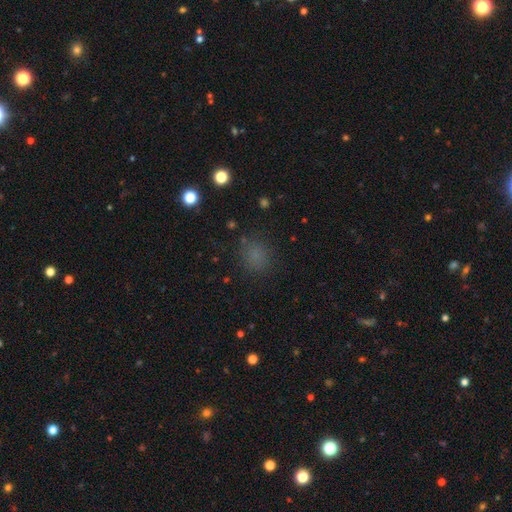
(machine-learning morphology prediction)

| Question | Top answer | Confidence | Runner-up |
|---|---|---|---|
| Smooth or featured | smooth | 73% | star or artifact (21%) |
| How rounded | round | 75% | in between (23%) |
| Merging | none | 81% | minor disturbance (12%) |